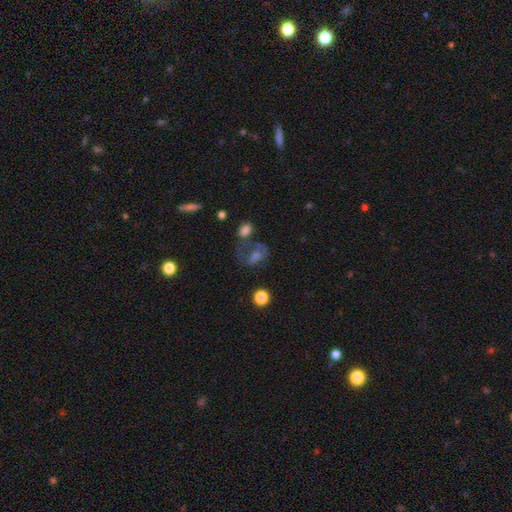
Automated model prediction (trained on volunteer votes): This is marginally a featured or disk galaxy (43%). Merging: marginally none (42%).